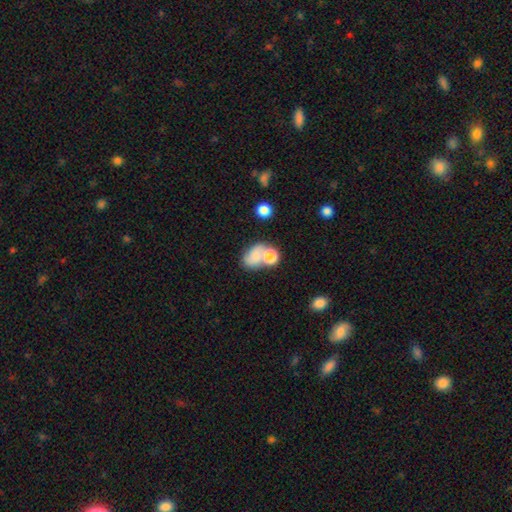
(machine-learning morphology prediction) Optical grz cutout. It shows a smooth galaxy with no disk features (68%) that is in between round and cigar-shaped (70%). Merging: merger (46%).